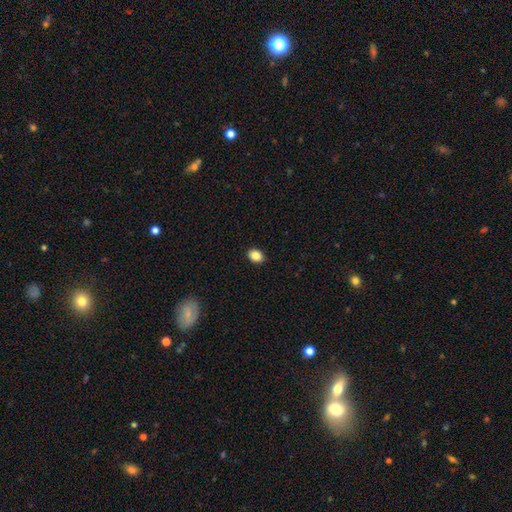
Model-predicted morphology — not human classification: This is clearly a smooth galaxy (86%). How rounded: likely in between (63%). Merging: clearly none (91%).